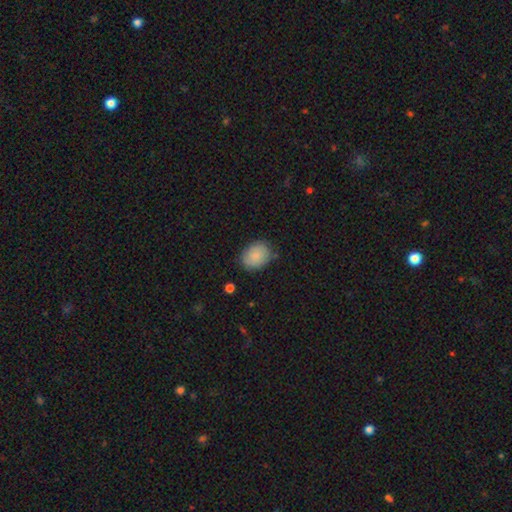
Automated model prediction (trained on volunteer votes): Smooth or featured?
  - smooth: 84% *
  - featured or disk: 9%
  - star or artifact: 7%
How rounded?
  - in between: 62% *
  - round: 37%
  - cigar-shaped: 1%
Merging?
  - none: 79% *
  - minor disturbance: 16%
  - major disturbance: 4%
  - merger: 2%